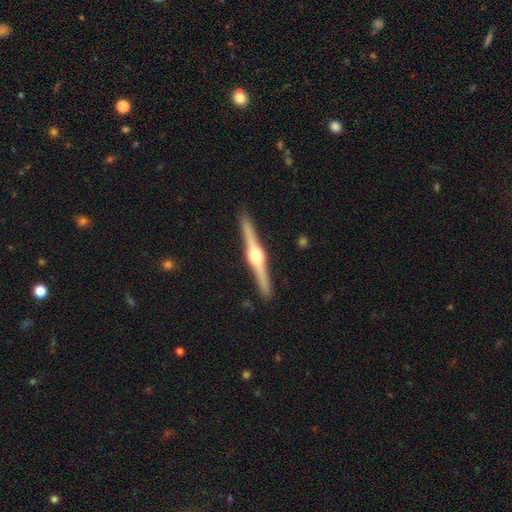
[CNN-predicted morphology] Smooth or featured? featured or disk (84%)
Edge-on disk? yes (98%)
Edge-on bulge? rounded (94%)
Merging? none (92%)